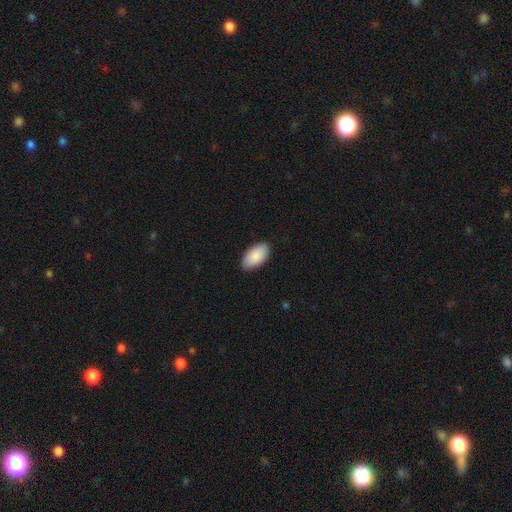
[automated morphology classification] type=smooth (90%); roundness=in between (96%); merging=none (88%).